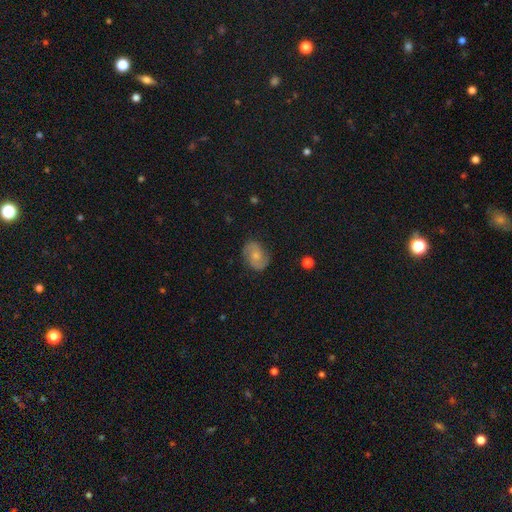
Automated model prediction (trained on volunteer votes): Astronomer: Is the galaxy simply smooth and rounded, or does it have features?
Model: featured or disk — 69%.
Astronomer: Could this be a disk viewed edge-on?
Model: no — 98%.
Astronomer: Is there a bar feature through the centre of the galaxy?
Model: no — 62%.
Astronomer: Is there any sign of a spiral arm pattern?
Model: yes — 93%.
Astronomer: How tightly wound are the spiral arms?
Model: medium — 51% (runner-up: tight, 28%).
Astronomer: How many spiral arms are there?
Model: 2 — 91%.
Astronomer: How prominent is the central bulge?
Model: moderate — 48% (runner-up: small, 41%).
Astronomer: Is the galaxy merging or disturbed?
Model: none — 82%.